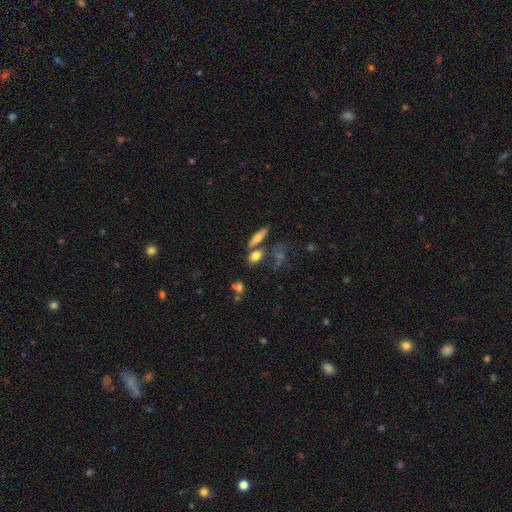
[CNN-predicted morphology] Smooth or featured? Predicted: smooth (p=0.71). How rounded? Predicted: in between (p=0.67). Merging? Predicted: none (p=0.58).